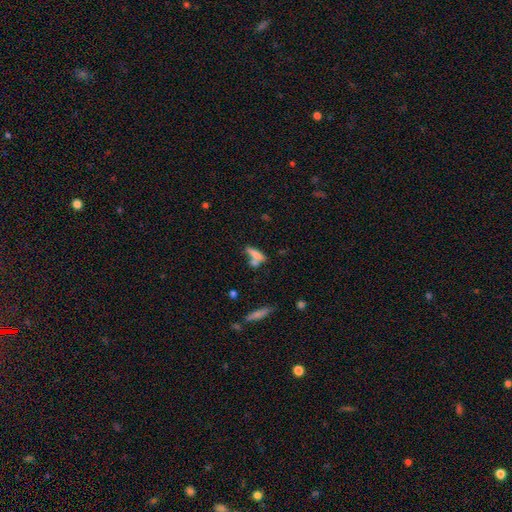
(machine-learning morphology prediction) Smooth or featured?
  - smooth: 70% *
  - featured or disk: 20%
  - star or artifact: 10%
How rounded?
  - cigar-shaped: 57% *
  - in between: 40%
  - round: 3%
Merging?
  - merger: 40% * (tied)
  - none: 40% * (tied)
  - minor disturbance: 13%
  - major disturbance: 7%